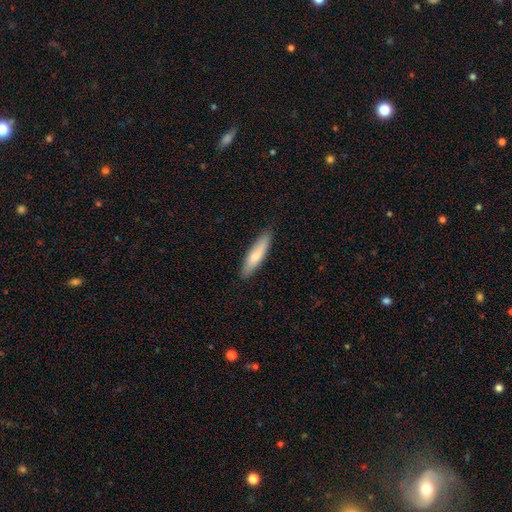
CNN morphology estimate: Smooth or featured? smooth (72%)
How rounded? cigar-shaped (76%)
Merging? none (87%)